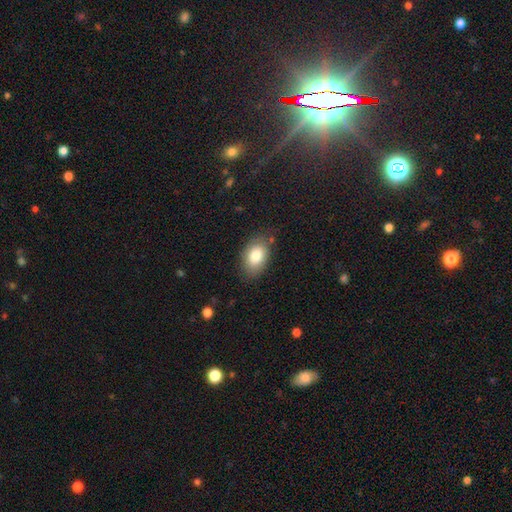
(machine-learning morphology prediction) A smooth galaxy with no disk features (80%) that is in between round and cigar-shaped (86%).

Vote fractions:
- Smooth or featured? smooth: 80% / featured or disk: 12% / star or artifact: 8%
- How rounded? in between: 86% / round: 13% / cigar-shaped: 1%
- Merging? none: 79% / minor disturbance: 16% / major disturbance: 4% / merger: 2%